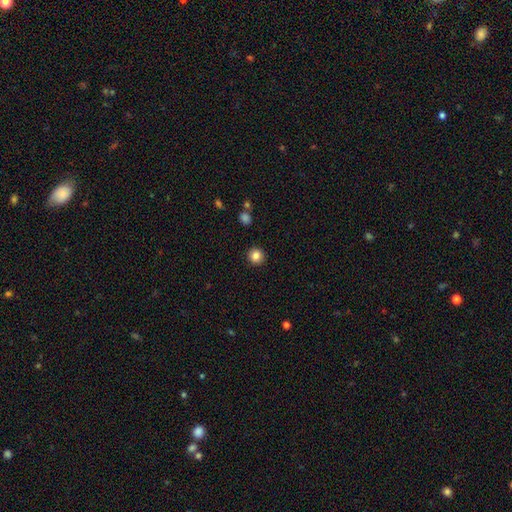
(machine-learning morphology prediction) A smooth galaxy with no disk features (84%) that is round (94%). Merging: none (92%).